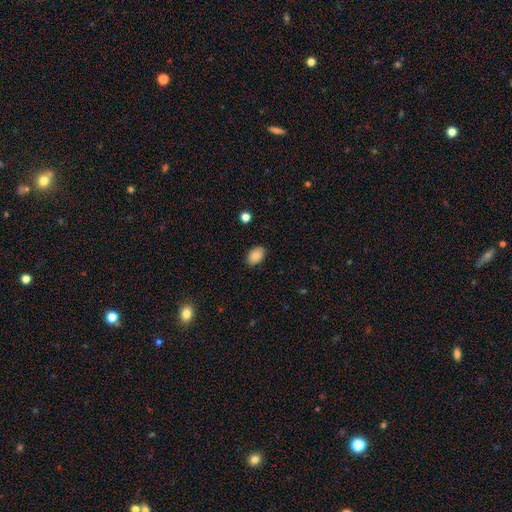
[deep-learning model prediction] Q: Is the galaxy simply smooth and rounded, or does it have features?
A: smooth — 87%.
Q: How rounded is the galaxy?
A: in between — 85%.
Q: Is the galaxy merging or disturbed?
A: none — 86%.